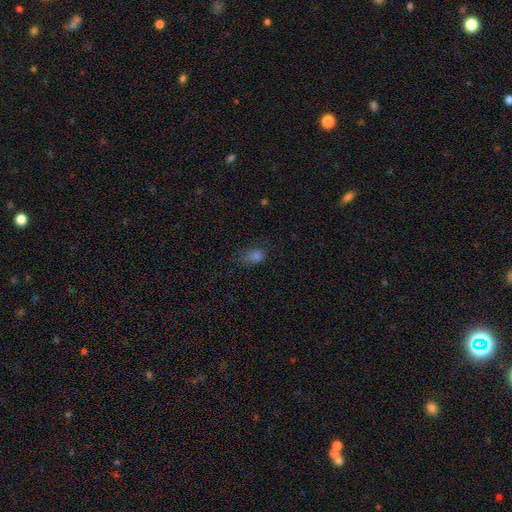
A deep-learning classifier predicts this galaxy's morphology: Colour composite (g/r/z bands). It shows a smooth galaxy with no disk features (70%) that is in between round and cigar-shaped (75%). Merging: none (52%).